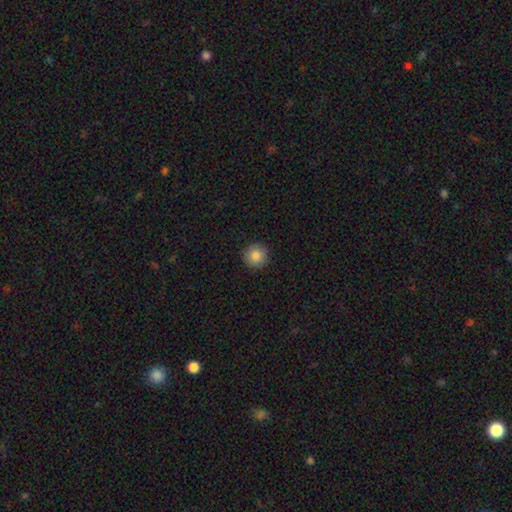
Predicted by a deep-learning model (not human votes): This appears to be a smooth galaxy with no disk features (85%) that is round (95%). Merging: none (92%).